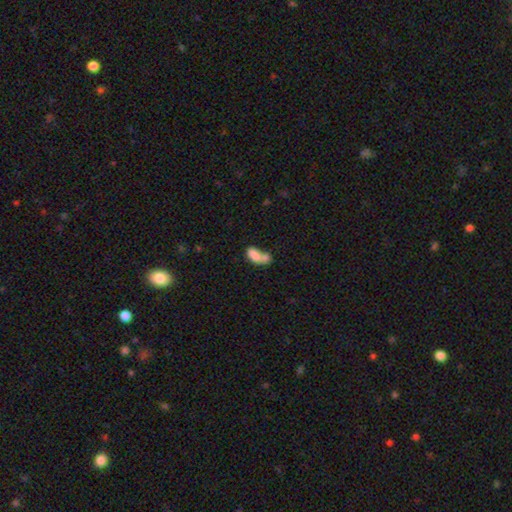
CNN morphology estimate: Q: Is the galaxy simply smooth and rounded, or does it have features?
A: smooth — 77%.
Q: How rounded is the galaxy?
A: in between — 86%.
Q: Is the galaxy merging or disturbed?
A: merger — 61%.